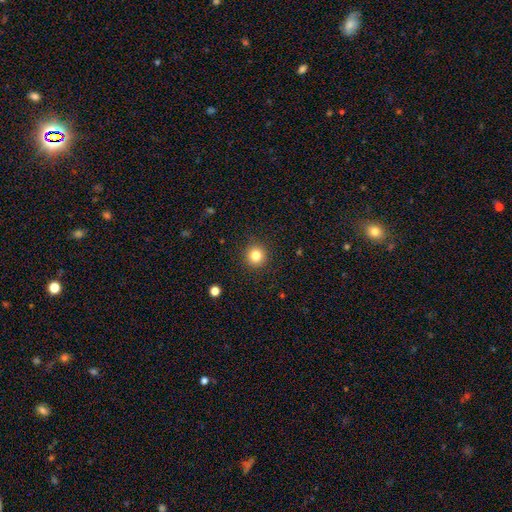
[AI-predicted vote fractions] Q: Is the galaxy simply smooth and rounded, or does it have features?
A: smooth — 82%.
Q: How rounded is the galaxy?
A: round — 95%.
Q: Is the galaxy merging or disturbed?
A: none — 92%.